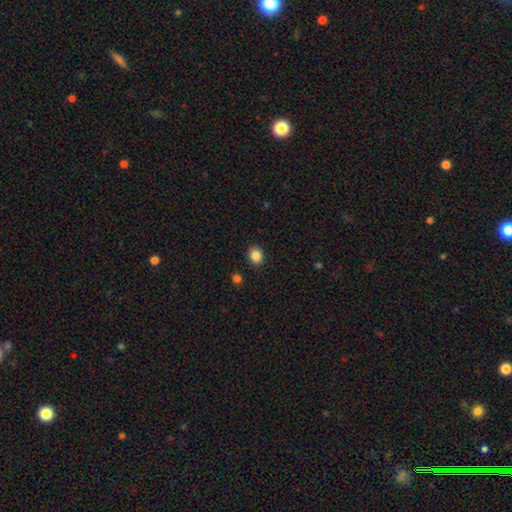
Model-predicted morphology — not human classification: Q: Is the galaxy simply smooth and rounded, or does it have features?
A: smooth — 86%.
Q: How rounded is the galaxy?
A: round — 70%.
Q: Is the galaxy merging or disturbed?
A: none — 90%.